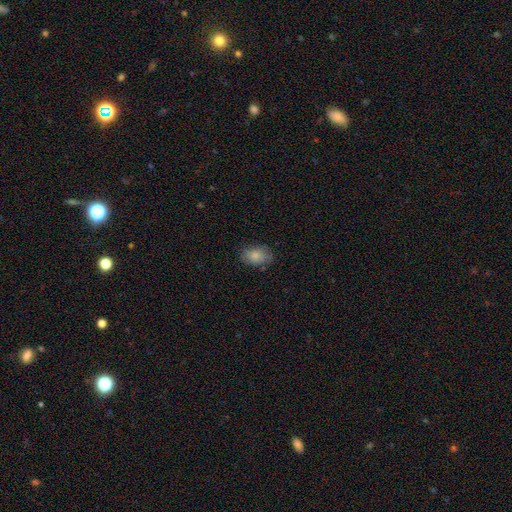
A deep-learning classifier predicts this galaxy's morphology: Smooth or featured: smooth — 82% (featured or disk — 10%)
How rounded: in between — 81% (round — 18%)
Merging: none — 73% (minor disturbance — 20%)